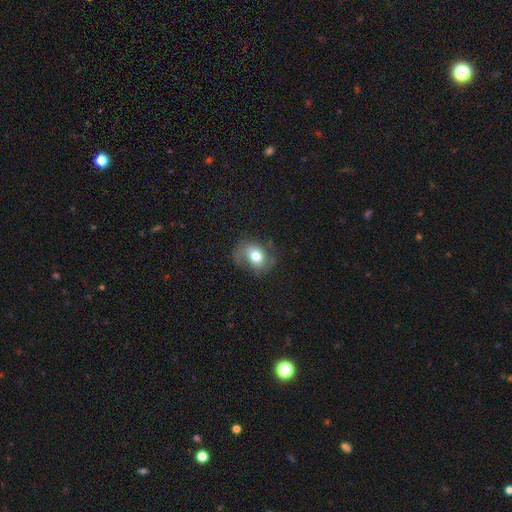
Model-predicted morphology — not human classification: Smooth or featured?
  - smooth: 69% *
  - featured or disk: 21%
  - star or artifact: 10%
How rounded?
  - in between: 58% *
  - round: 41%
  - cigar-shaped: 1%
Merging?
  - none: 55% *
  - minor disturbance: 28%
  - major disturbance: 16%
  - merger: 2%